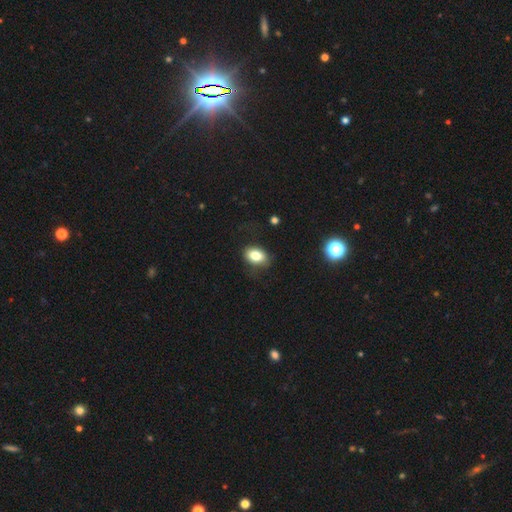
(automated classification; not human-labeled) Smooth or featured: smooth — 80% (featured or disk — 11%)
How rounded: in between — 83% (round — 16%)
Merging: none — 76% (minor disturbance — 17%)